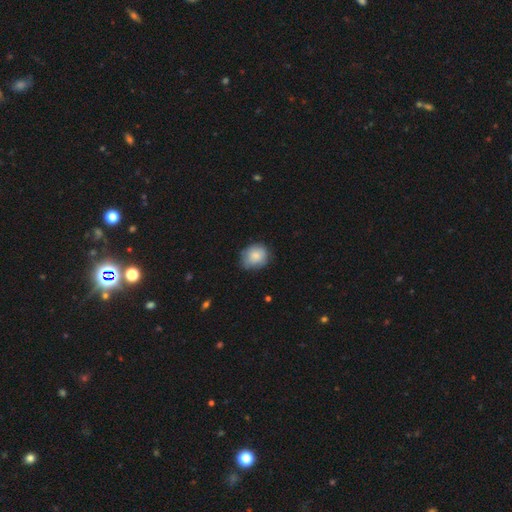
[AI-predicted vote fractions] This appears to be a smooth galaxy with no disk features (82%) that is round (63%). Merging: none (69%).